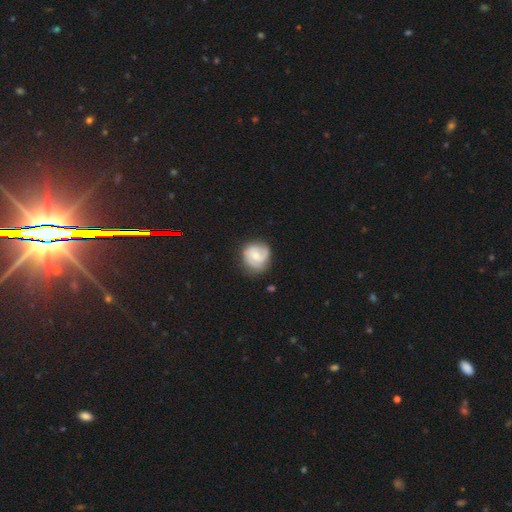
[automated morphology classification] smooth_or_featured: featured or disk (p=0.59) [alt: smooth p=0.35]
disk_edge_on: no (p=0.98) [alt: yes p=0.02]
bar: no (p=0.65) [alt: weak p=0.31]
has_spiral_arms: yes (p=0.88) [alt: no p=0.12]
spiral_winding: tight (p=0.45) [alt: medium p=0.39]
spiral_arm_count: 2 (p=0.54) [alt: can't tell p=0.20]
bulge_size: moderate (p=0.50) [alt: small p=0.44]
merging: none (p=0.70) [alt: minor disturbance p=0.21]